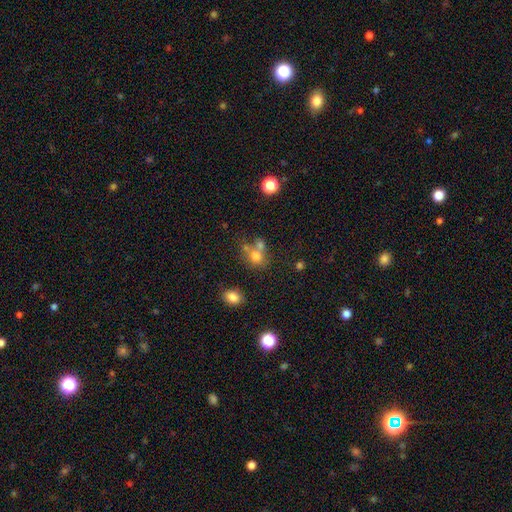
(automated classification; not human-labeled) Morphology: type=smooth (70%); roundness=round (67%); merging=merger (42%).